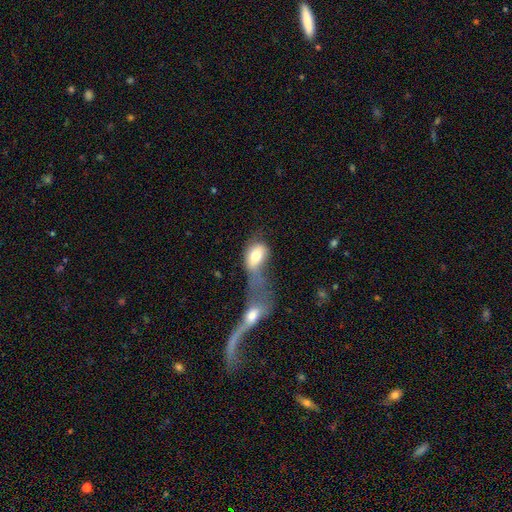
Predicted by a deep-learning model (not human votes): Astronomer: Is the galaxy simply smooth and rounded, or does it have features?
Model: smooth — 70%.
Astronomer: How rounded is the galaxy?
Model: in between — 77%.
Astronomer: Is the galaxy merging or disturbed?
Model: merger — 59%.